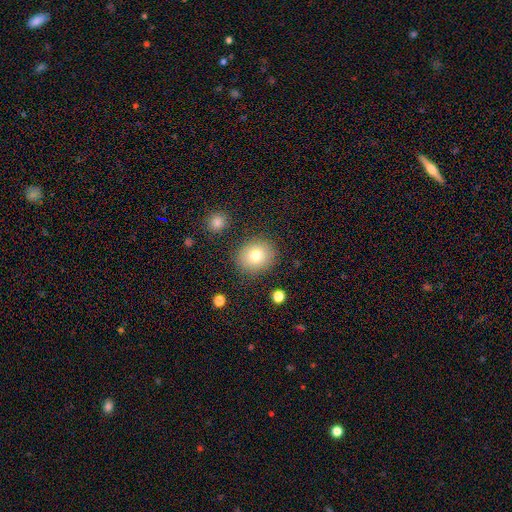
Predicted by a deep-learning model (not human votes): This appears to be a smooth galaxy with no disk features (78%) that is round (74%). Merging: none (85%).